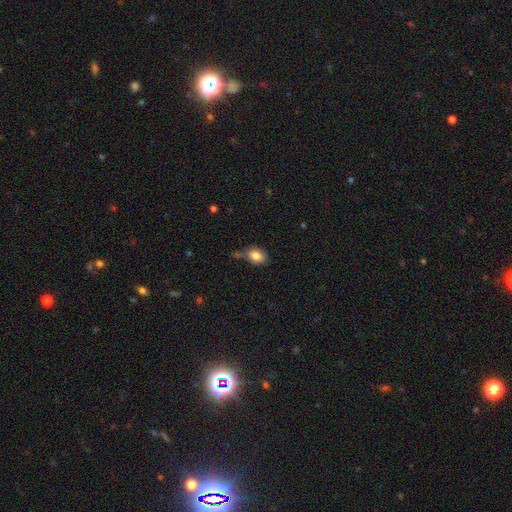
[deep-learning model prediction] The model was most divided on "merging": none: 60%, minor disturbance: 20%, merger: 13%, major disturbance: 6%. More confident: smooth or featured — smooth (84%); how rounded — in between (77%).